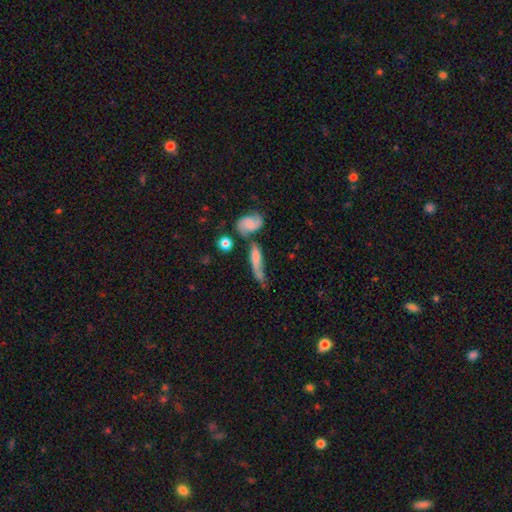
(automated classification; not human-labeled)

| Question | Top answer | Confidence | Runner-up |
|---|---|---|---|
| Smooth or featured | smooth | 56% | featured or disk (35%) |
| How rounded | cigar-shaped | 65% | in between (30%) |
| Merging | none | 32% | merger (29%) |